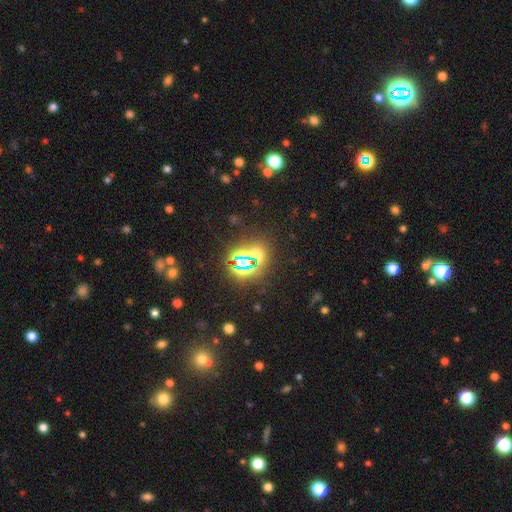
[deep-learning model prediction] Smooth or featured? Predicted: star or artifact (p=0.70).